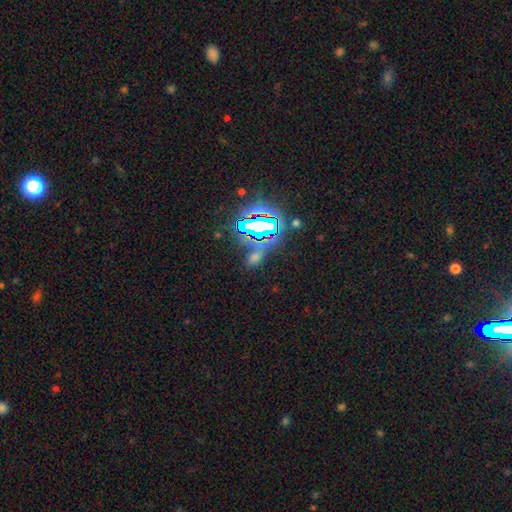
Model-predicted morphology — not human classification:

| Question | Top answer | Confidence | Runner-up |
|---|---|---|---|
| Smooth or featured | star or artifact | 65% | smooth (25%) |